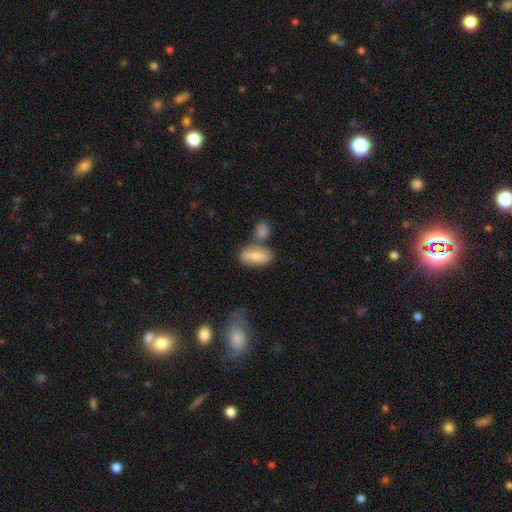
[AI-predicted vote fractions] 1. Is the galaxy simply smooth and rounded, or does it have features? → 74% smooth, 19% featured or disk, 7% star or artifact.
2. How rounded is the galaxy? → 83% in between, 12% cigar-shaped, 5% round.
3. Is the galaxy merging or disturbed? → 52% none, 30% merger, 14% minor disturbance, 5% major disturbance.